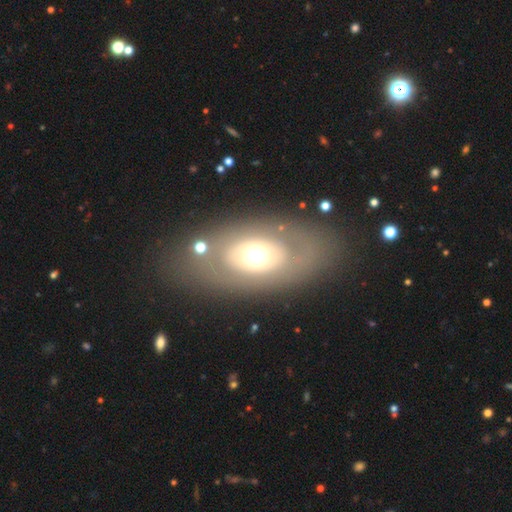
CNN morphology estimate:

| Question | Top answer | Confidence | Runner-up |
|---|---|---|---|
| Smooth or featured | featured or disk | 47% | smooth (44%) |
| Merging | none | 79% | minor disturbance (10%) |